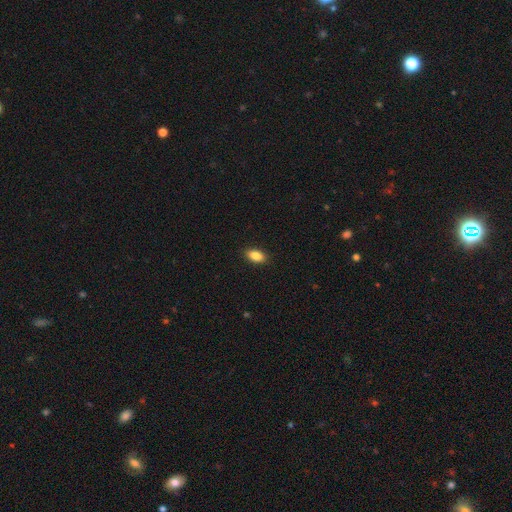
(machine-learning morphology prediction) Smooth or featured? Predicted: smooth (p=0.88). How rounded? Predicted: in between (p=0.91). Merging? Predicted: none (p=0.90).